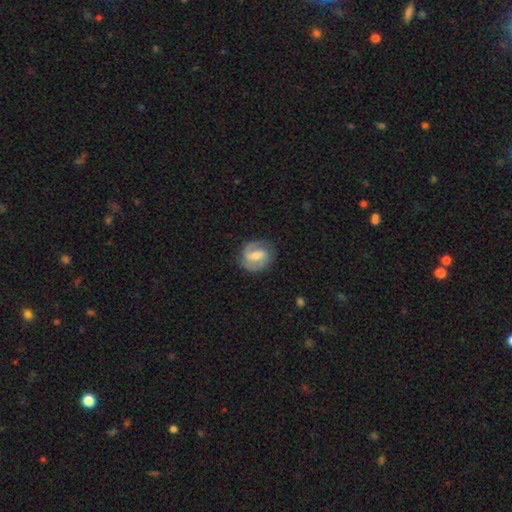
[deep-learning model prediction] smooth_or_featured: featured or disk (p=0.75) [alt: smooth p=0.19]
disk_edge_on: no (p=0.97) [alt: yes p=0.03]
bar: weak (p=0.50) [alt: strong p=0.33]
has_spiral_arms: yes (p=0.92) [alt: no p=0.08]
spiral_winding: medium (p=0.48) [alt: tight p=0.31]
spiral_arm_count: 2 (p=0.82) [alt: 1 p=0.08]
bulge_size: moderate (p=0.50) [alt: small p=0.41]
merging: none (p=0.79) [alt: minor disturbance p=0.14]